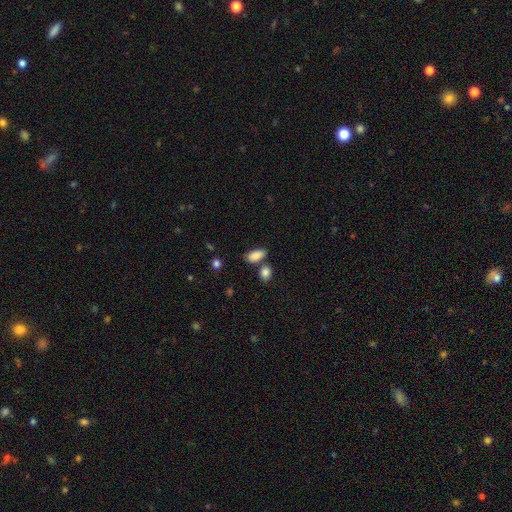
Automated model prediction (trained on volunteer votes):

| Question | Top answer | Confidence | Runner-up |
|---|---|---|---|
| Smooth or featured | smooth | 87% | star or artifact (7%) |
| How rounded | in between | 91% | cigar-shaped (5%) |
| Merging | none | 63% | merger (17%) |